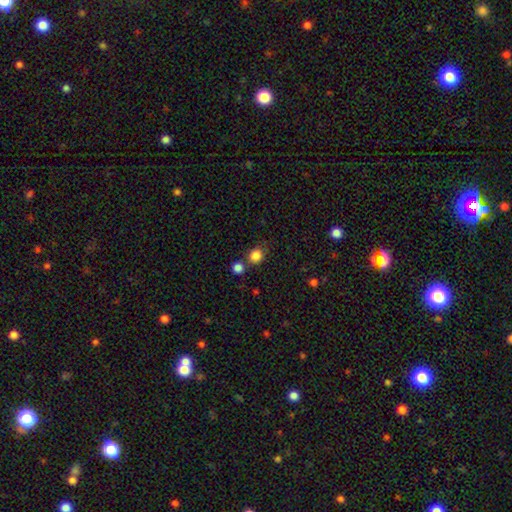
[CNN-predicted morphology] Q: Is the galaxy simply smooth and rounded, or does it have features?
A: smooth — 85%.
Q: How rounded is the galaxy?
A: round — 80%.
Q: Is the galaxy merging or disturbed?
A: none — 71%.